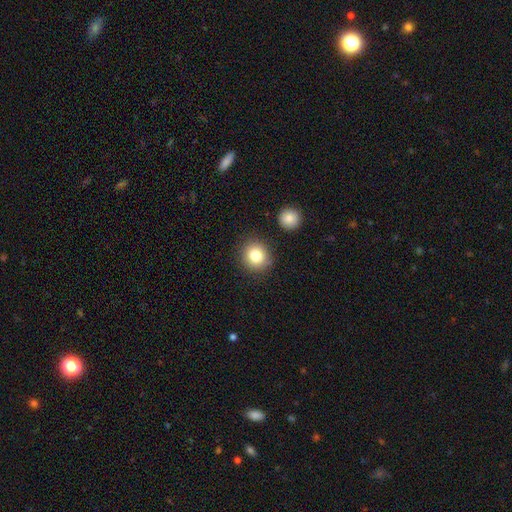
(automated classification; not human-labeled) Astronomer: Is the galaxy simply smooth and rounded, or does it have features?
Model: smooth — 82%.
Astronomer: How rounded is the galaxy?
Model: round — 88%.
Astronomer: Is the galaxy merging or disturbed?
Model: none — 85%.